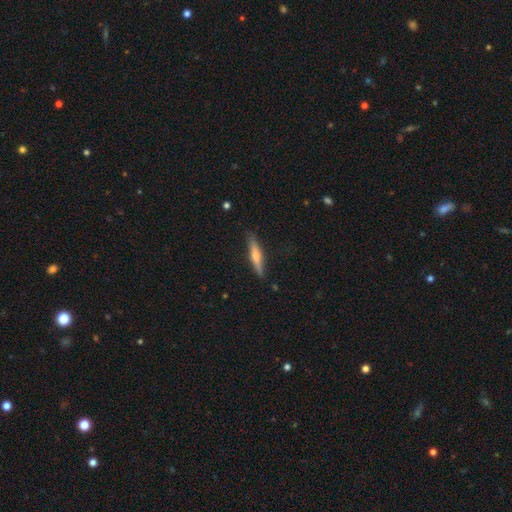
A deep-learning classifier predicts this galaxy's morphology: This is possibly a featured or disk galaxy (54%). It is clearly viewed edge-on (96%). Edge-on bulge: clearly rounded (82%). Merging: clearly none (86%).